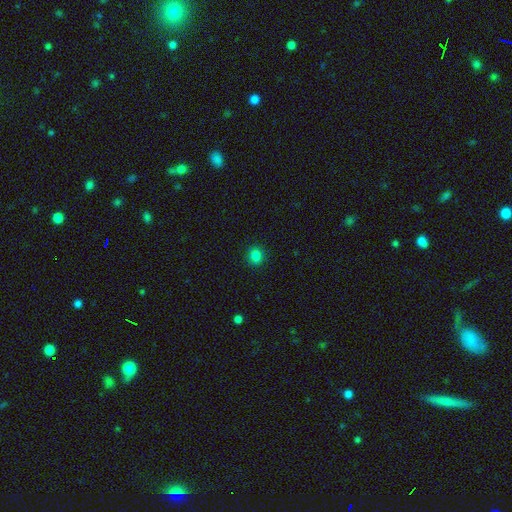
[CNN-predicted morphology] This is clearly a smooth galaxy (83%). How rounded: likely round (76%). Merging: clearly none (91%).